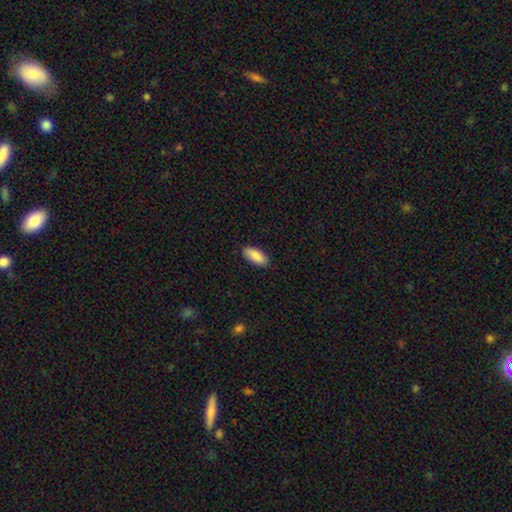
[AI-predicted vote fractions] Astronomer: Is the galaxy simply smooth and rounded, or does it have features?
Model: smooth — 88%.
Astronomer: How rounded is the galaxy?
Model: in between — 87%.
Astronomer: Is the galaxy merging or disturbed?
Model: none — 88%.